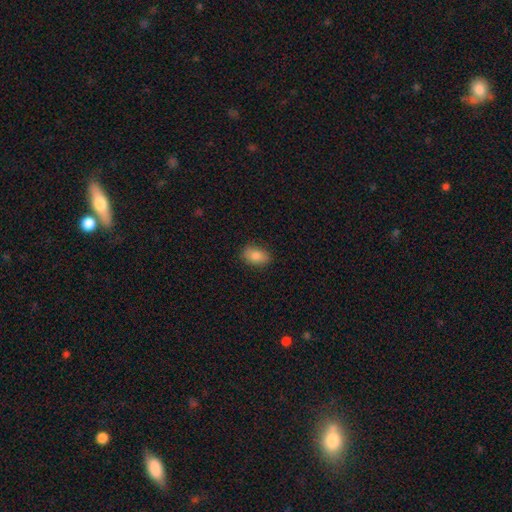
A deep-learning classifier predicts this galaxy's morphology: smooth_or_featured: smooth (p=0.84) [alt: star or artifact p=0.08]
how_rounded: in between (p=0.86) [alt: round p=0.13]
merging: none (p=0.87) [alt: minor disturbance p=0.10]